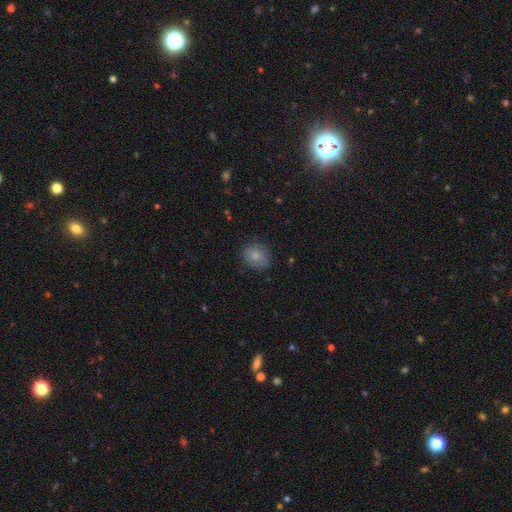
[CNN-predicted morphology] A smooth galaxy with no disk features (82%) that is round (66%). Merging: none (77%).